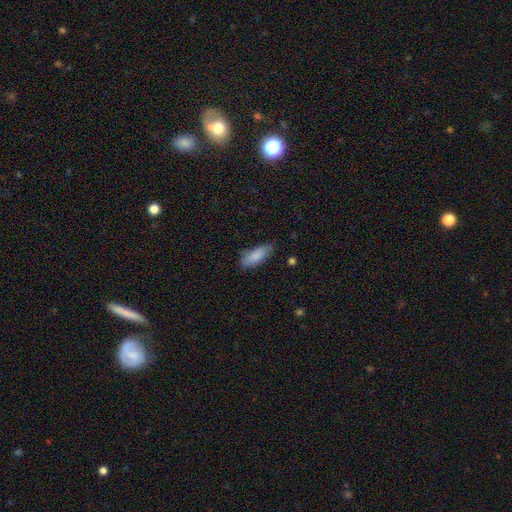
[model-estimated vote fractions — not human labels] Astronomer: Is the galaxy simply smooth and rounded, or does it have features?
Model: smooth — 85%.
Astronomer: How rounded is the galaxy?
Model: in between — 72%.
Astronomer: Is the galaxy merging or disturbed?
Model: none — 70%.